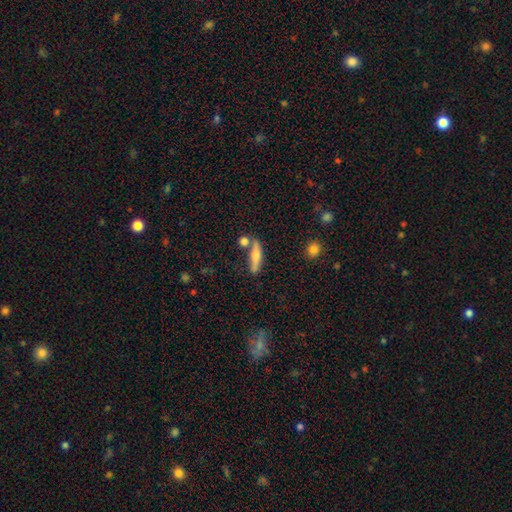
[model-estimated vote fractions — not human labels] Overall: smooth (59%; featured or disk 34%). How rounded: cigar-shaped (75%). Merging: none (64%).